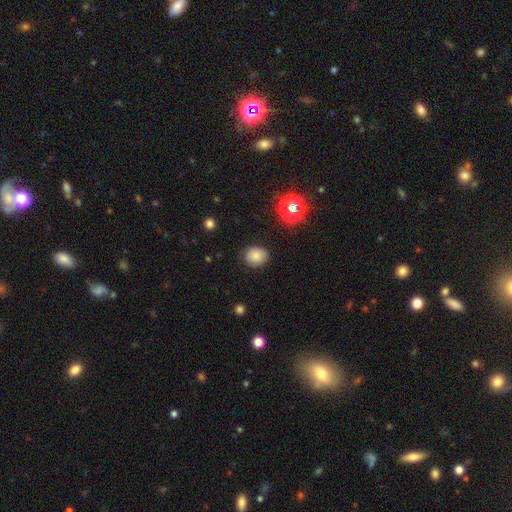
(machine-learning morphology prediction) Smooth or featured? Predicted: smooth (p=0.79). How rounded? Predicted: round (p=0.73). Merging? Predicted: none (p=0.86).